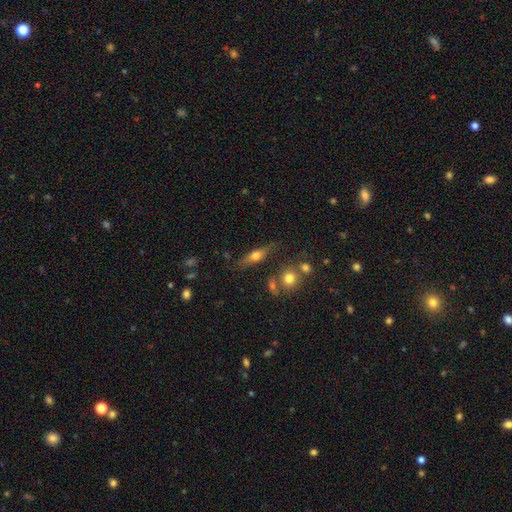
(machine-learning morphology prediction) Q: Smooth or featured?
A: featured or disk (47%); runner-up: smooth (45%)
Q: Merging?
A: none (72%); runner-up: minor disturbance (17%)